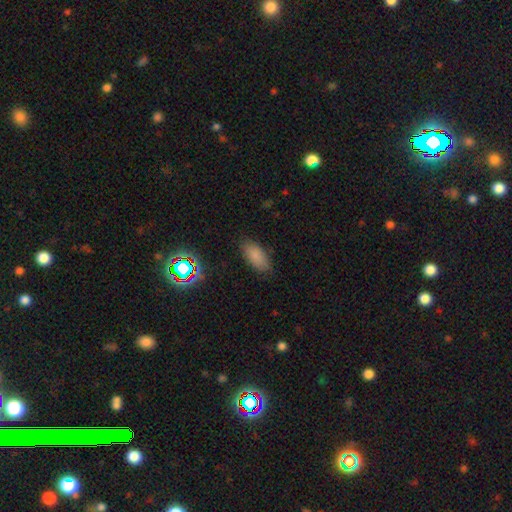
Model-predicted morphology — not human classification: A smooth galaxy with no disk features (82%) that is in between round and cigar-shaped (89%).

Vote fractions:
- Smooth or featured? smooth: 82% / star or artifact: 11% / featured or disk: 7%
- How rounded? in between: 89% / cigar-shaped: 8% / round: 3%
- Merging? none: 82% / minor disturbance: 14% / major disturbance: 3% / merger: 1%